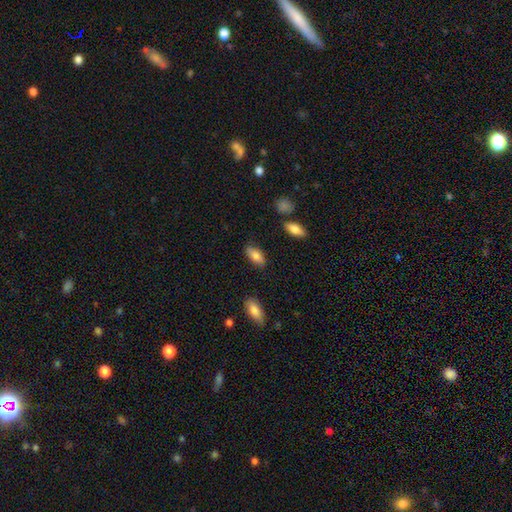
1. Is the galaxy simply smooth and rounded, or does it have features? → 92% smooth, 8% featured or disk, 0% star or artifact.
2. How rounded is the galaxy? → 89% in between, 11% cigar-shaped, 0% round.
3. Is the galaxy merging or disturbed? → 84% none, 16% minor disturbance, 0% major disturbance, 0% merger.